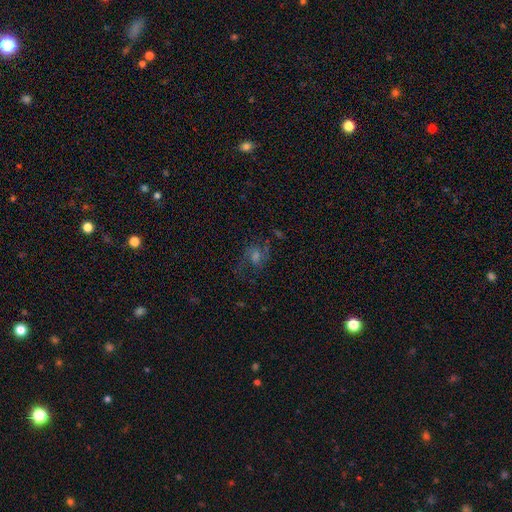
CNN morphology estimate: A featured or disk galaxy (60%) with no bar (52%), 2 (78%) medium (46%) spiral arms (88%) and a moderate central bulge (42%). Merging: none (61%).